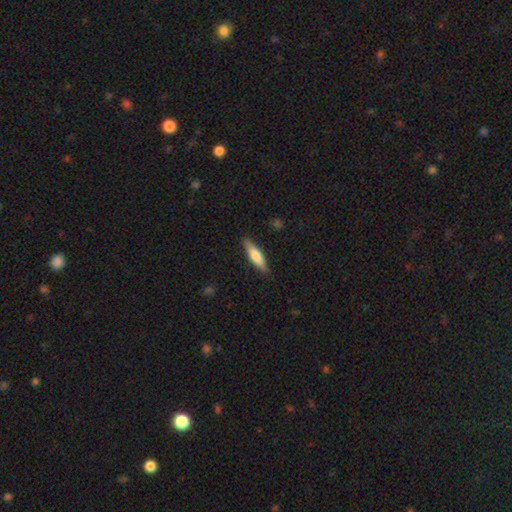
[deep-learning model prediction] smooth-or-featured: smooth: 68% | featured or disk: 27% | star or artifact: 6%
  how-rounded: cigar-shaped: 70% | in between: 28% | round: 2%
  merging: none: 87% | minor disturbance: 10% | major disturbance: 2% | merger: 1%